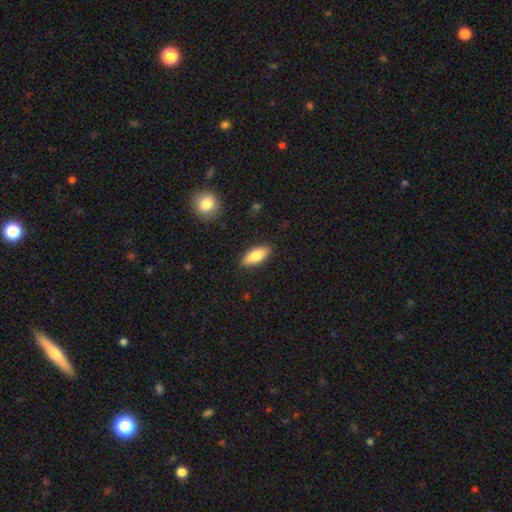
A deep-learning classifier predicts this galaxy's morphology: This appears to be a smooth galaxy with no disk features (78%) that is in between round and cigar-shaped (76%). Merging: none (87%).